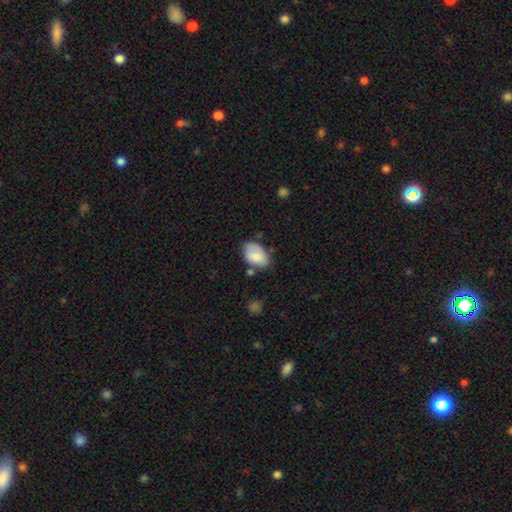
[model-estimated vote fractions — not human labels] Overall: smooth (78%). How rounded: in between (91%). Merging: none (57%; minor disturbance 29%).